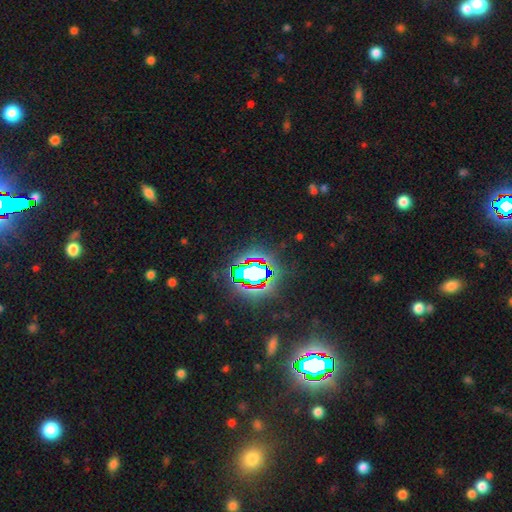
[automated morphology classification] A star or artifact, not a galaxy (79%).

Vote fractions:
- Smooth or featured? star or artifact: 79% / smooth: 11% / featured or disk: 10%